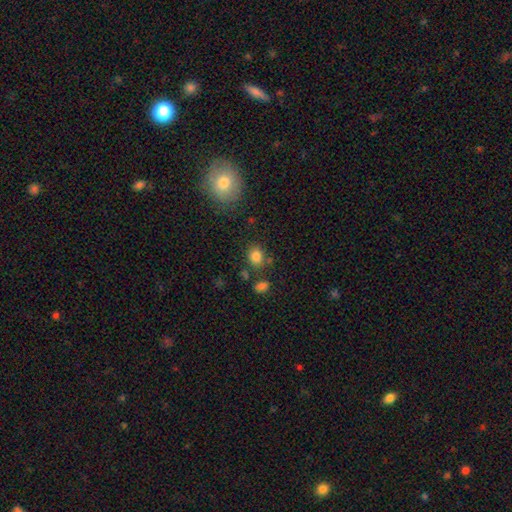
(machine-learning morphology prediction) A smooth galaxy with no disk features (82%) that is round (60%). Merging: none (74%).